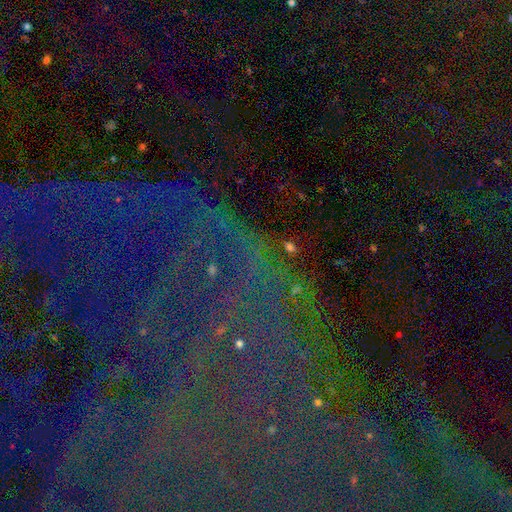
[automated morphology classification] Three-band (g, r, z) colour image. It shows a star or artifact, not a galaxy (79%).